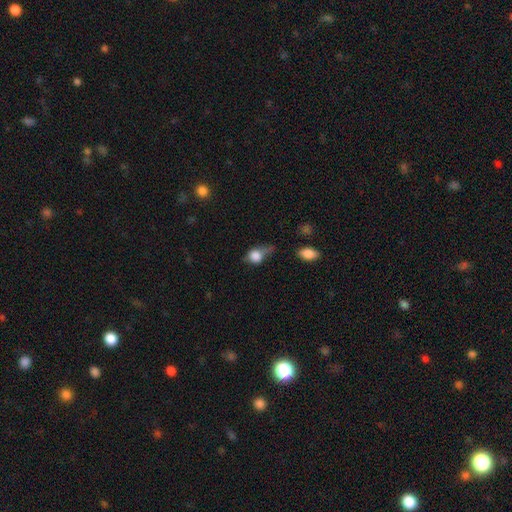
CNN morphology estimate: This appears to be a smooth galaxy with no disk features (76%) that is round (61%). Merging: none (32%, tied with minor disturbance).